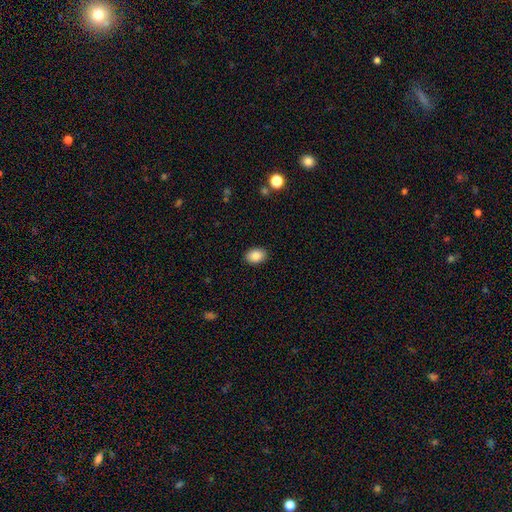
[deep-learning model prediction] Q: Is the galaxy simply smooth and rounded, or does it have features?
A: smooth — 87%.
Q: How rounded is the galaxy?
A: in between — 77%.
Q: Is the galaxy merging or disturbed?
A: none — 89%.